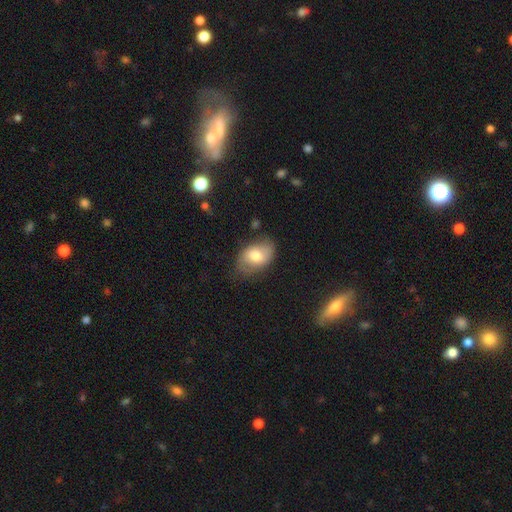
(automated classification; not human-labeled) Smooth or featured?
  - smooth: 66% *
  - featured or disk: 28%
  - star or artifact: 7%
How rounded?
  - in between: 88% *
  - round: 11%
  - cigar-shaped: 1%
Merging?
  - none: 66% *
  - minor disturbance: 25%
  - major disturbance: 7%
  - merger: 2%